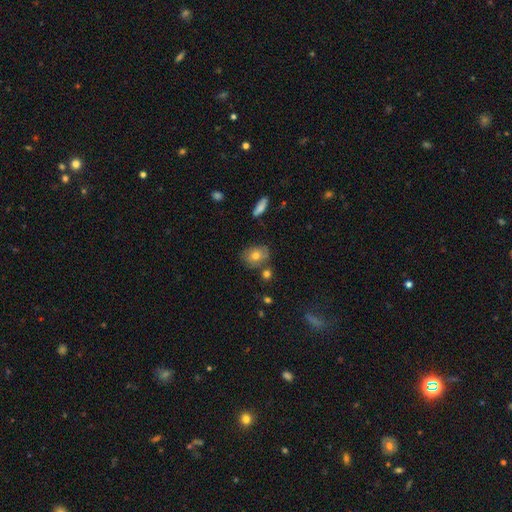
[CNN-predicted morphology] The model was most divided on "how rounded": in between: 53%, round: 46%, cigar-shaped: 2%. More confident: merging — none (67%); smooth or featured — smooth (62%).